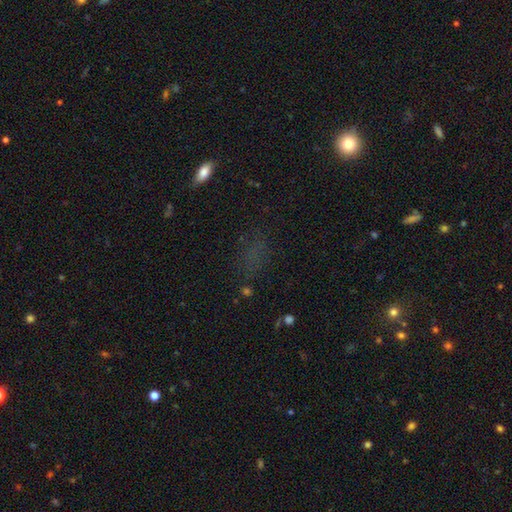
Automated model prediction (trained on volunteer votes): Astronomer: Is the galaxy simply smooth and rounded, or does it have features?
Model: star or artifact — 45% (runner-up: smooth, 41%).